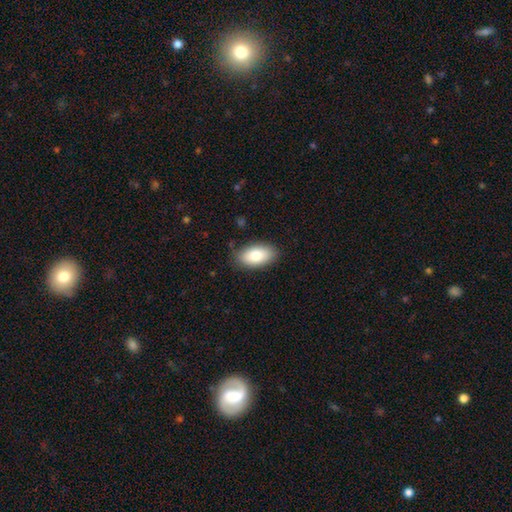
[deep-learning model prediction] Q: Smooth or featured?
A: smooth (83%); runner-up: featured or disk (11%)
Q: How rounded?
A: in between (94%); runner-up: round (4%)
Q: Merging?
A: none (82%); runner-up: minor disturbance (14%)